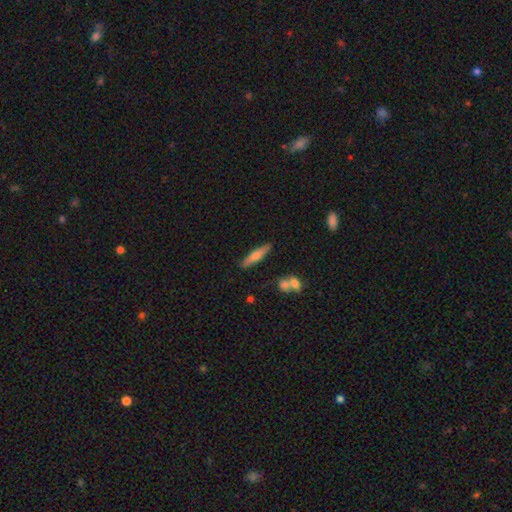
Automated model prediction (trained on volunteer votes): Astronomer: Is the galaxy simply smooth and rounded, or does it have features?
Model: smooth — 60%.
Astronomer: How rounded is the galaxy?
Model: cigar-shaped — 81%.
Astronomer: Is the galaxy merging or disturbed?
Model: none — 84%.